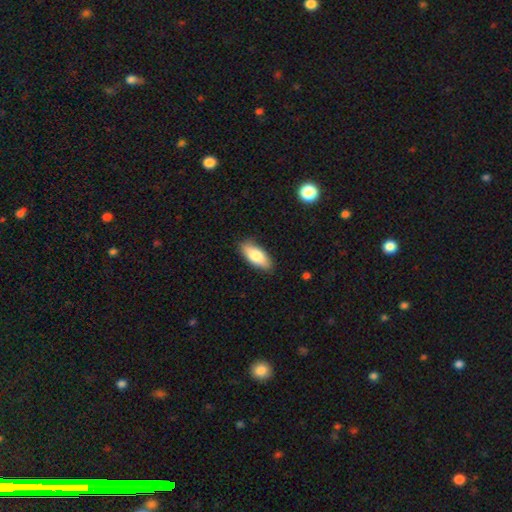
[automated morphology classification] The model was most divided on "smooth or featured": smooth: 80%, featured or disk: 14%, star or artifact: 6%. More confident: merging — none (85%); how rounded — in between (84%).